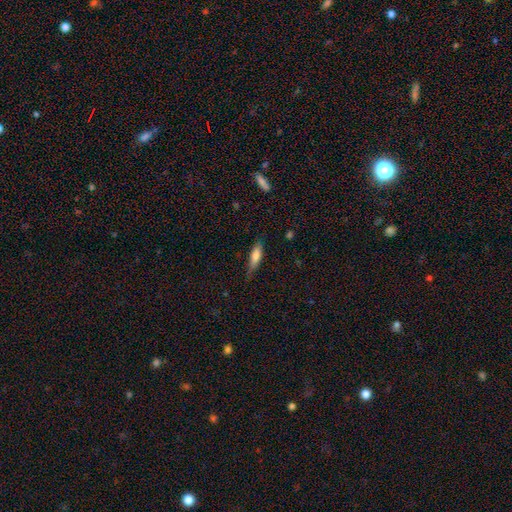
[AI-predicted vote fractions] This is likely a smooth galaxy (74%). How rounded: possibly cigar-shaped (57%). Merging: likely none (67%).